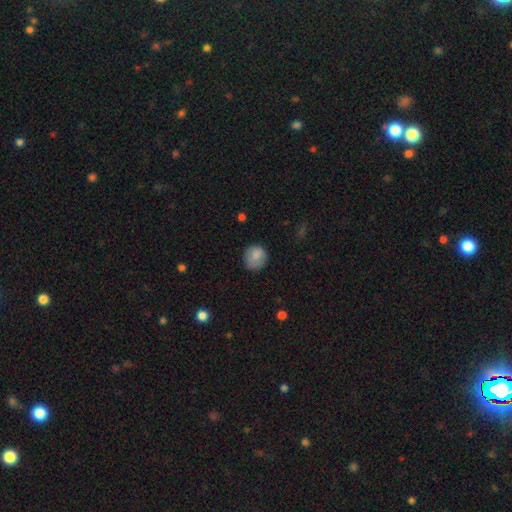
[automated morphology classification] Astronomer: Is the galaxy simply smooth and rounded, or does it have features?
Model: smooth — 83%.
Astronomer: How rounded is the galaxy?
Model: round — 82%.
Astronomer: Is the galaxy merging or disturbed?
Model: none — 75%.